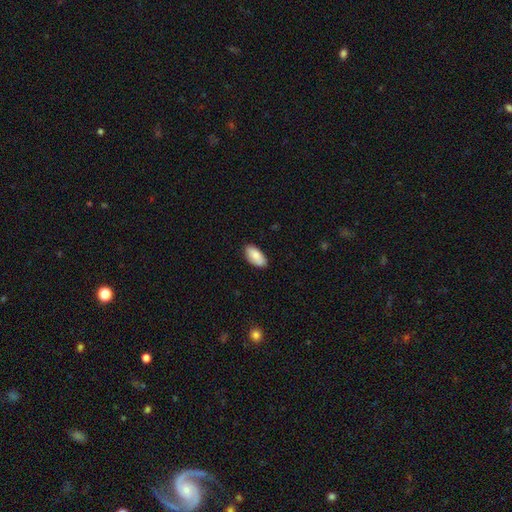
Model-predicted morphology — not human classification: smooth-or-featured: smooth: 85% | featured or disk: 9% | star or artifact: 6%
  how-rounded: in between: 94% | cigar-shaped: 4% | round: 2%
  merging: none: 86% | minor disturbance: 11% | major disturbance: 2% | merger: 1%